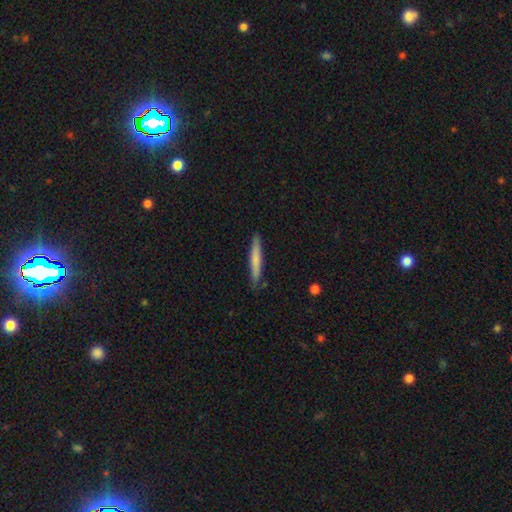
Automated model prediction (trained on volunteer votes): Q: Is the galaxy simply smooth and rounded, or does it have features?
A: smooth — 49%.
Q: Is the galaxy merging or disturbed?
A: none — 87%.